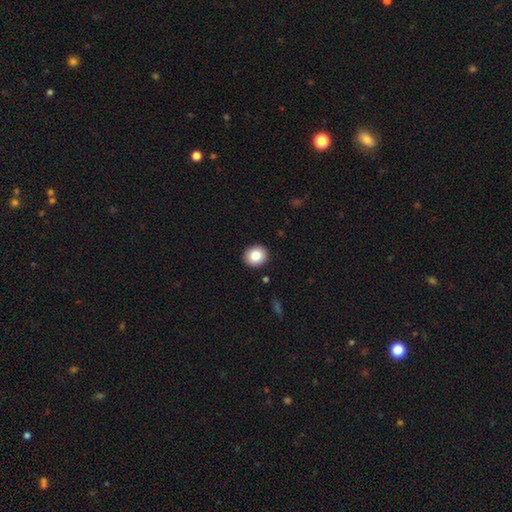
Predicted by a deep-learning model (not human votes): A smooth galaxy with no disk features (87%) that is round (80%).

Vote fractions:
- Smooth or featured? smooth: 87% / star or artifact: 8% / featured or disk: 5%
- How rounded? round: 80% / in between: 19% / cigar-shaped: 1%
- Merging? none: 91% / minor disturbance: 6% / major disturbance: 2% / merger: 1%